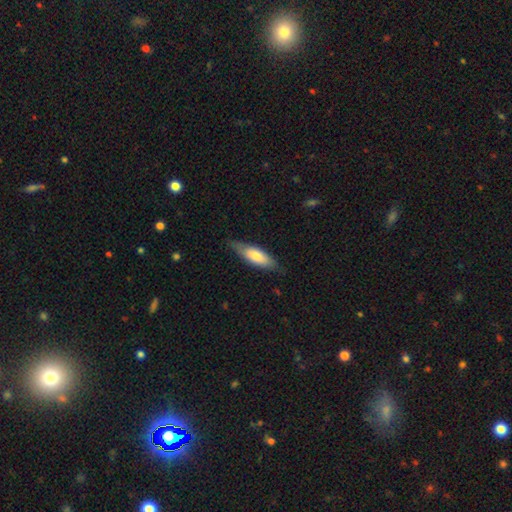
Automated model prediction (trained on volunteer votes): This appears to be a smooth galaxy with no disk features (68%) that is in between round and cigar-shaped (58%). Merging: none (72%).